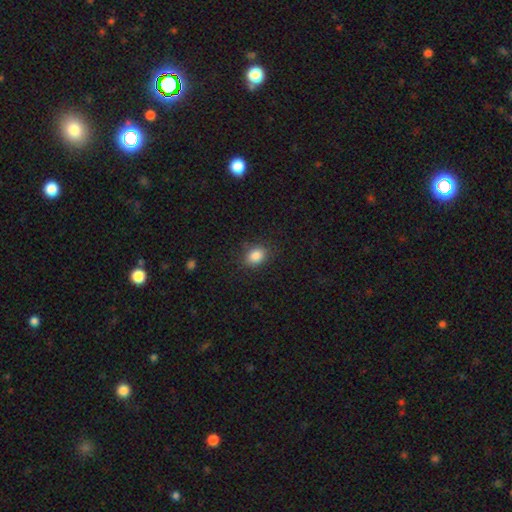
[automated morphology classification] This is clearly a smooth galaxy (86%). How rounded: possibly in between (60%). Merging: clearly none (81%).